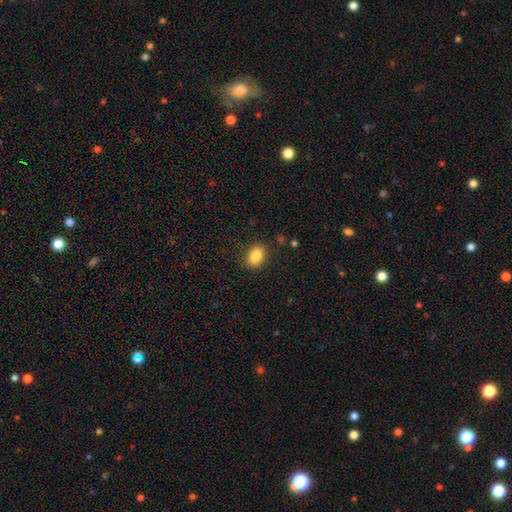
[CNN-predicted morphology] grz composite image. It shows a smooth galaxy with no disk features (86%) that is in between round and cigar-shaped (71%). Merging: none (87%).